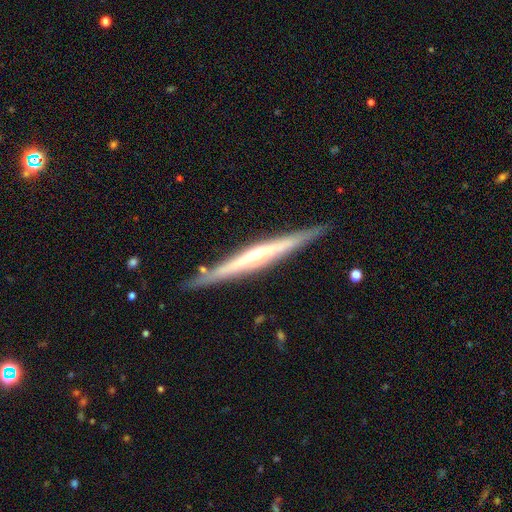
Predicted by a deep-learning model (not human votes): Smooth or featured: featured or disk — 76% (smooth — 19%)
Edge-on disk: yes — 97% (no — 3%)
Edge-on bulge: rounded — 64% (none — 30%)
Merging: none — 87% (minor disturbance — 10%)